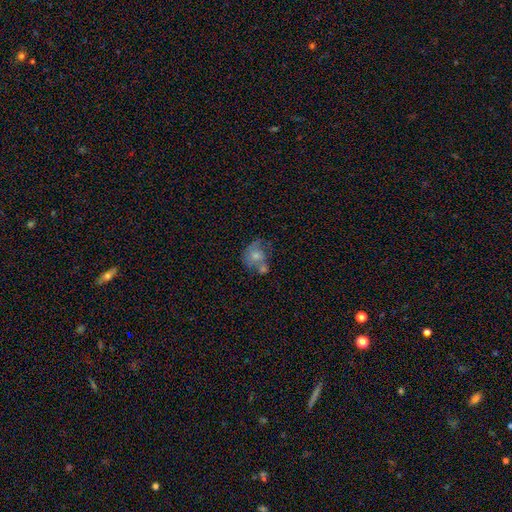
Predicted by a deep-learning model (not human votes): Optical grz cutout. It shows a smooth galaxy with no disk features (62%) that is round (60%). Merging: merger (40%).